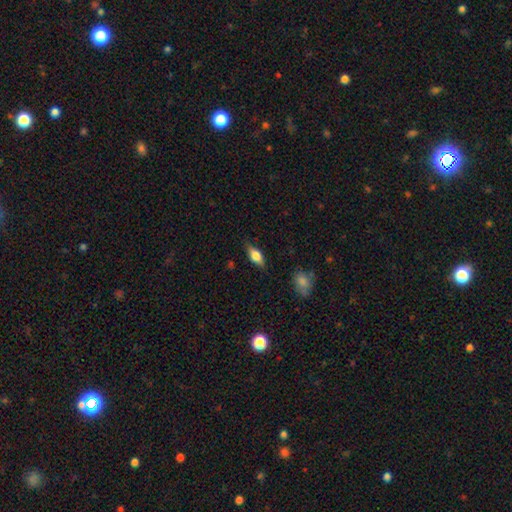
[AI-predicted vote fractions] smooth 67%, featured or disk 26%, star or artifact 7%. Down the decision tree: how rounded — in between (79%); merging — none (80%).